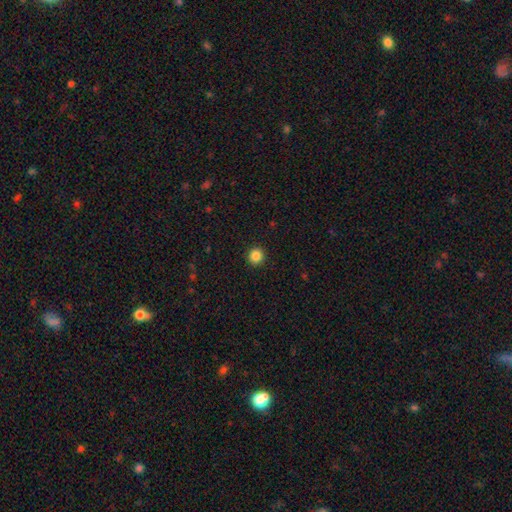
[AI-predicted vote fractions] Smooth or featured? Predicted: smooth (p=0.86). How rounded? Predicted: round (p=0.95). Merging? Predicted: none (p=0.93).